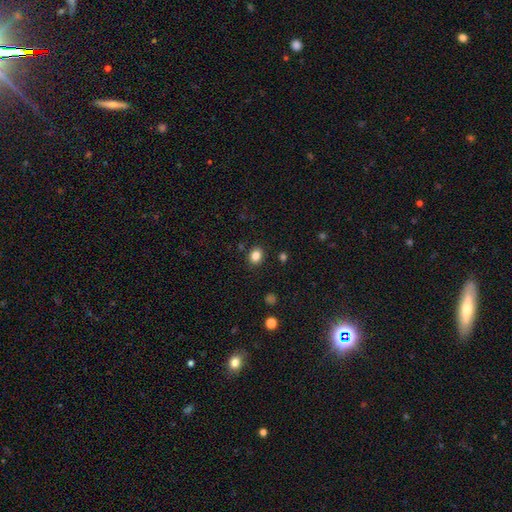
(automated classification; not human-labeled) This appears to be a smooth galaxy with no disk features (84%) that is round (56%). Merging: none (88%).